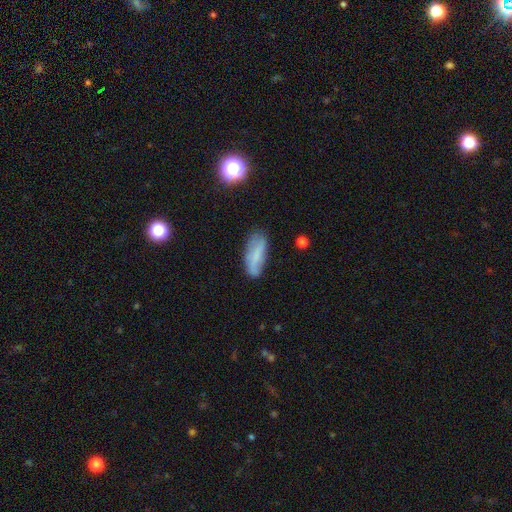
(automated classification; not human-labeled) A smooth galaxy with no disk features (62%) that is in between round and cigar-shaped (66%).

Vote fractions:
- Smooth or featured? smooth: 62% / featured or disk: 28% / star or artifact: 10%
- How rounded? in between: 66% / cigar-shaped: 31% / round: 3%
- Merging? none: 66% / minor disturbance: 24% / major disturbance: 7% / merger: 3%